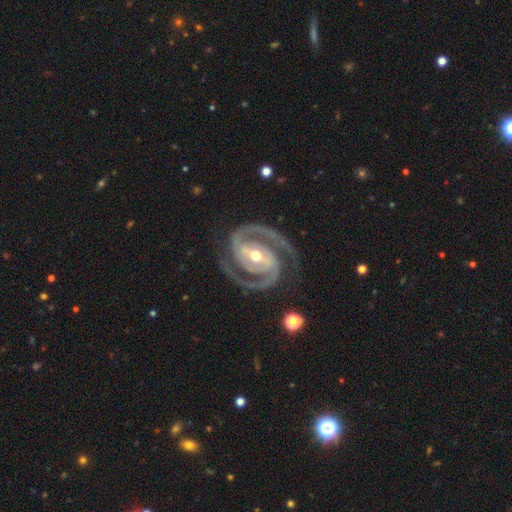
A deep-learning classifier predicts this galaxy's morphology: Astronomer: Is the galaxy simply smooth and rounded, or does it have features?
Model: featured or disk — 94%.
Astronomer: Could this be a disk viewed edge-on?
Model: no — 98%.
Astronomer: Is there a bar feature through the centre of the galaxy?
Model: strong — 50% (runner-up: weak, 30%).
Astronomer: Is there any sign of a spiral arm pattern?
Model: yes — 99%.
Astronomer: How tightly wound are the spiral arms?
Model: tight — 57% (runner-up: medium, 39%).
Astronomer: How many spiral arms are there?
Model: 2 — 93%.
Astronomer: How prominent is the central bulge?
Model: moderate — 61%.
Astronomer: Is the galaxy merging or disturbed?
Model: none — 83%.